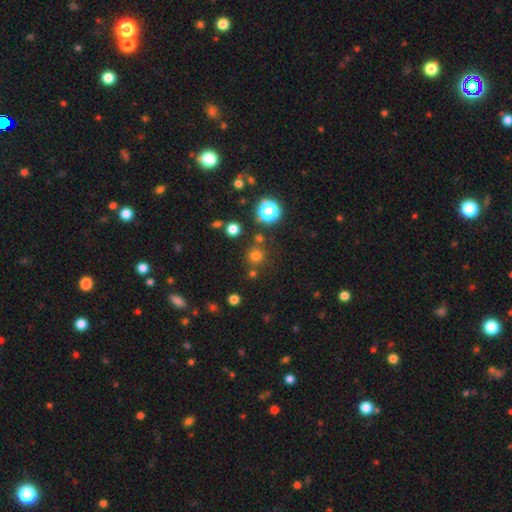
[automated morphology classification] This appears to be a smooth galaxy with no disk features (70%) that is round (92%). Merging: none (80%).